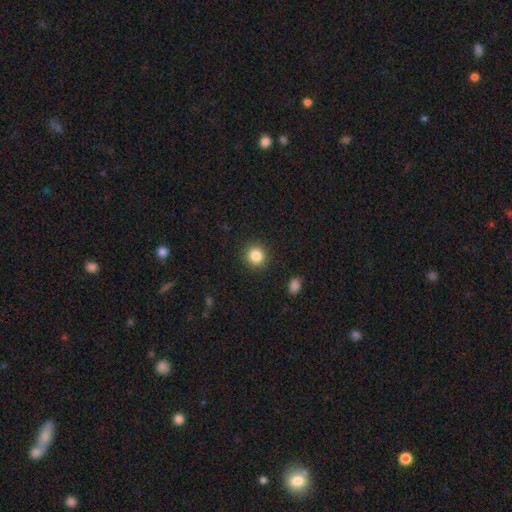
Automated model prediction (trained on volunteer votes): smooth_or_featured: smooth (p=0.85) [alt: star or artifact p=0.11]
how_rounded: round (p=0.91) [alt: in between p=0.08]
merging: none (p=0.91) [alt: minor disturbance p=0.06]